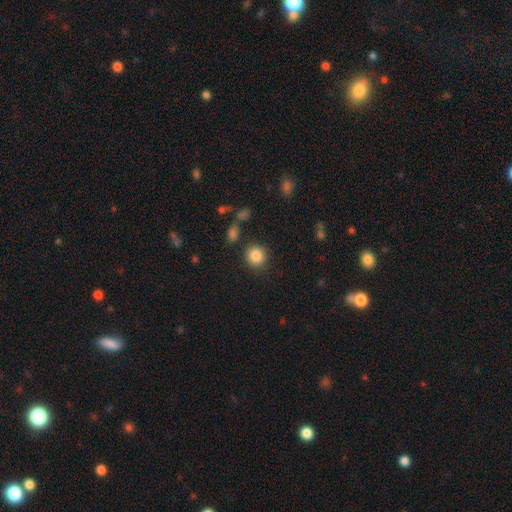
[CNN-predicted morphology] smooth_or_featured: smooth (p=0.85) [alt: star or artifact p=0.09]
how_rounded: round (p=0.88) [alt: in between p=0.11]
merging: none (p=0.87) [alt: minor disturbance p=0.07]